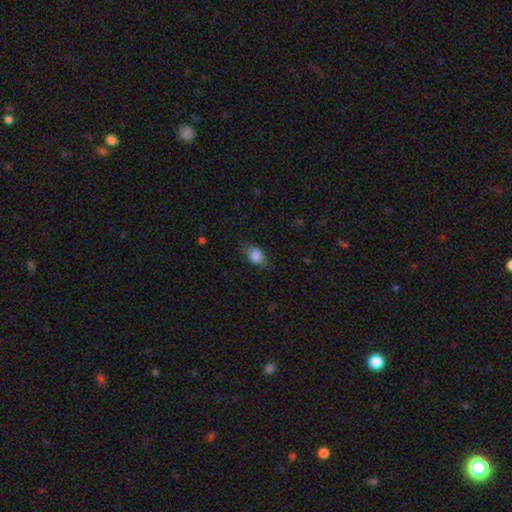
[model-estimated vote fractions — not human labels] Smooth or featured? Predicted: smooth (p=0.85). How rounded? Predicted: in between (p=0.77). Merging? Predicted: none (p=0.71).